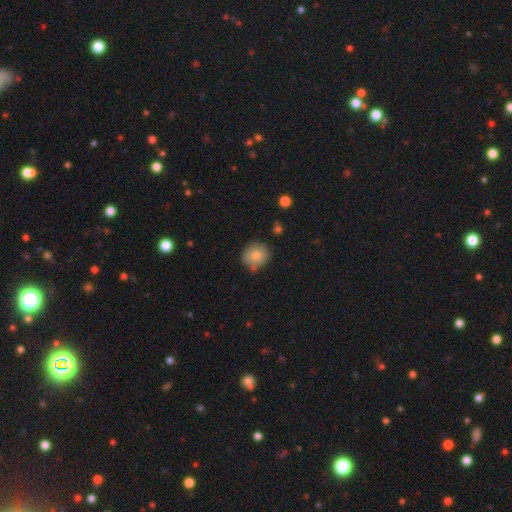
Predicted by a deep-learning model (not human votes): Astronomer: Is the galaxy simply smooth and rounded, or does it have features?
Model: smooth — 80%.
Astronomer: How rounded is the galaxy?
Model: round — 83%.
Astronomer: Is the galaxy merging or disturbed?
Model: none — 69%.